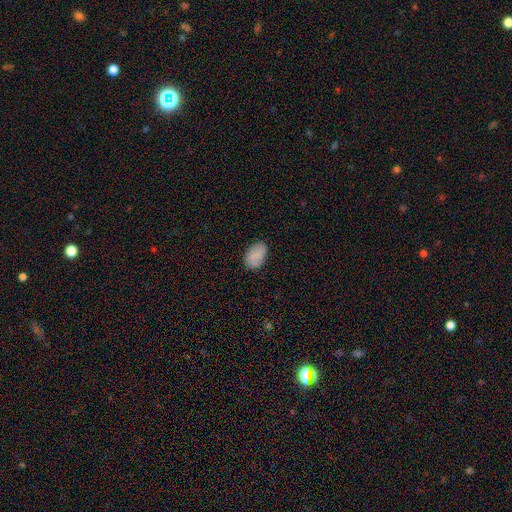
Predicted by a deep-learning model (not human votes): This appears to be a smooth galaxy with no disk features (84%) that is in between round and cigar-shaped (89%). Merging: none (81%).